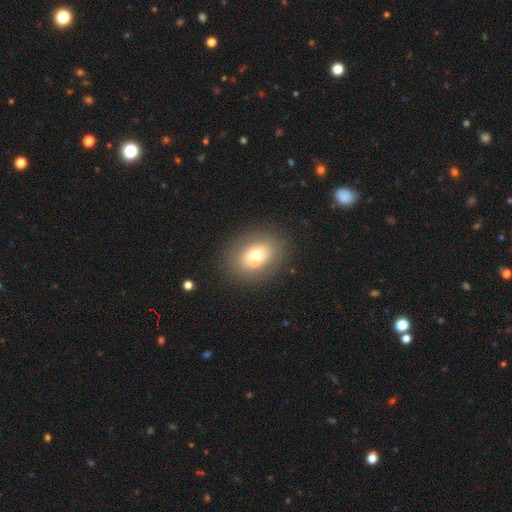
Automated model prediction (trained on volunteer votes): A smooth galaxy with no disk features (65%) that is in between round and cigar-shaped (54%). Merging: none (59%).